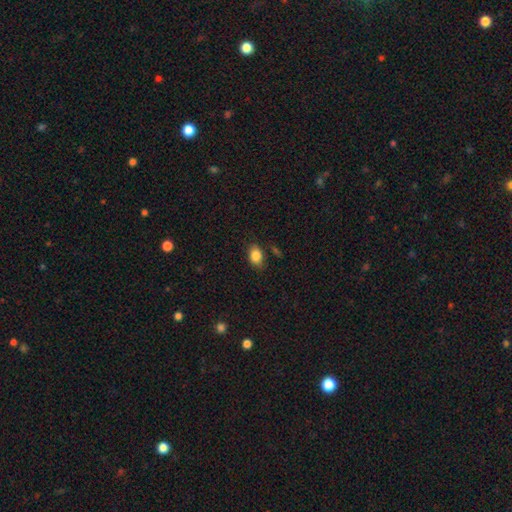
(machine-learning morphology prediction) Overall: smooth (85%). How rounded: in between (81%). Merging: none (79%).